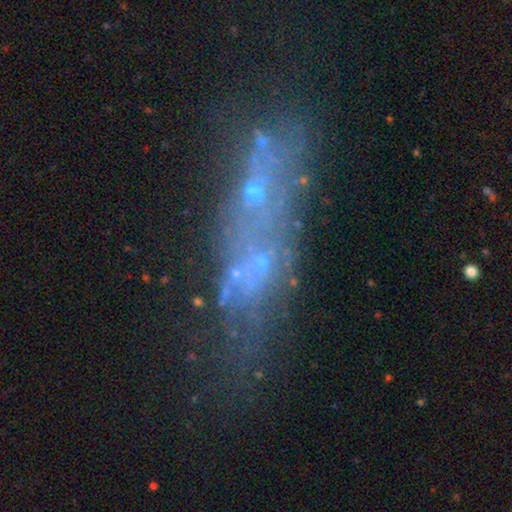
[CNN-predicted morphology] The model was most divided on "smooth or featured": featured or disk: 44%, star or artifact: 30%, smooth: 26%. More confident: merging — none (50%).